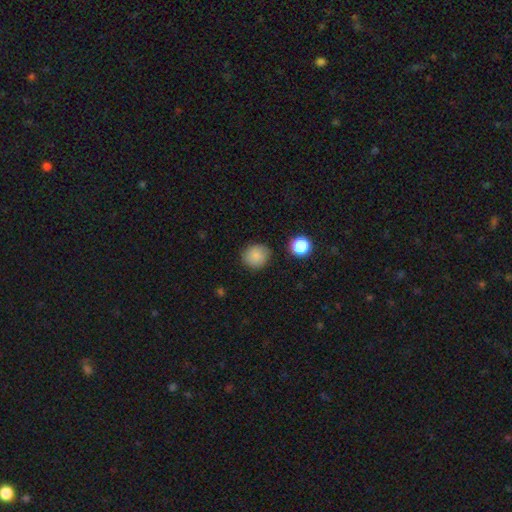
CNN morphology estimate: smooth 83%, star or artifact 10%, featured or disk 6%. Down the decision tree: how rounded — round (84%); merging — none (84%).